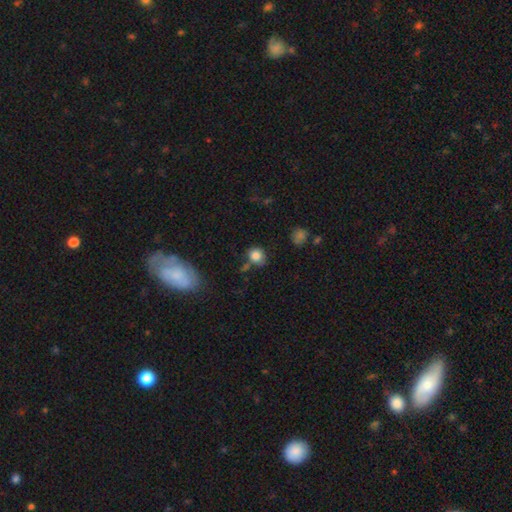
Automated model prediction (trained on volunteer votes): Smooth or featured? smooth (83%)
How rounded? round (79%)
Merging? none (66%)